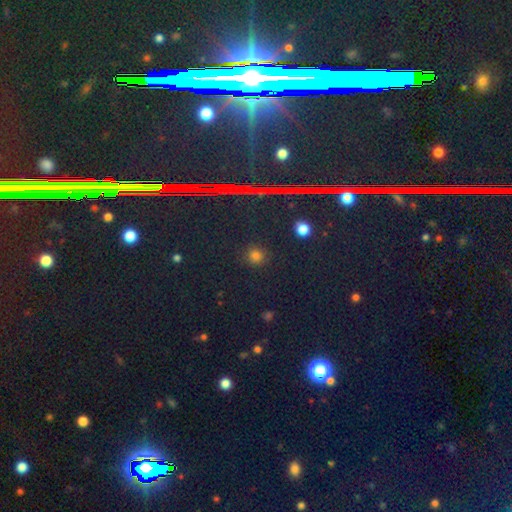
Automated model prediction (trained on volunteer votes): This is likely a smooth galaxy (69%). How rounded: clearly round (88%). Merging: clearly none (90%).